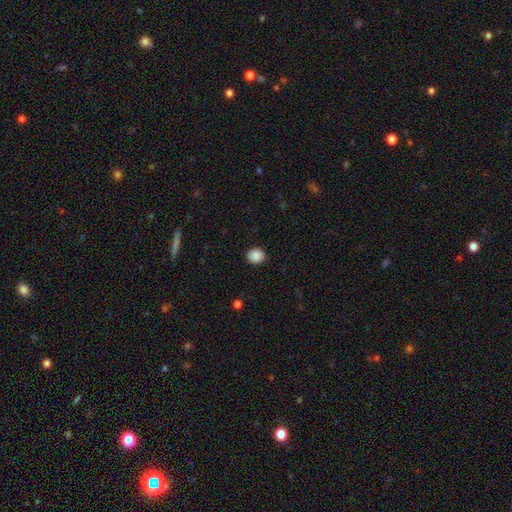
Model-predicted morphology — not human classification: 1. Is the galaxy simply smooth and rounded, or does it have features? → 88% smooth, 9% star or artifact, 3% featured or disk.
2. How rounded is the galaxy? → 83% round, 16% in between, 1% cigar-shaped.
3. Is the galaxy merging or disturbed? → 89% none, 8% minor disturbance, 2% major disturbance, 1% merger.